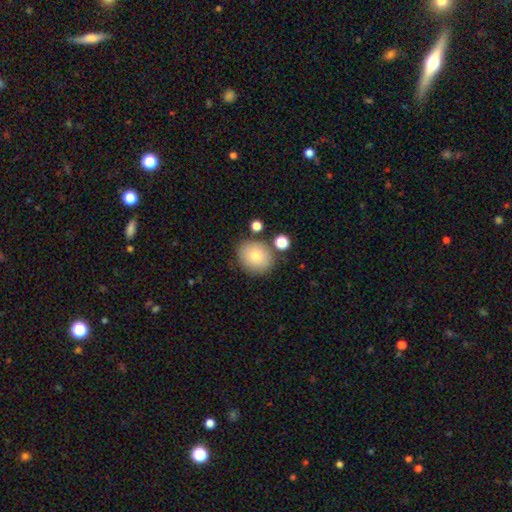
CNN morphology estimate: Smooth or featured: smooth — 80% (featured or disk — 12%)
How rounded: round — 69% (in between — 30%)
Merging: none — 78% (minor disturbance — 12%)